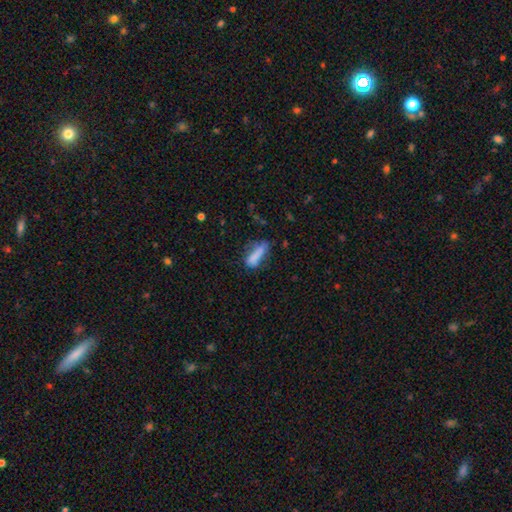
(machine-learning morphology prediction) smooth_or_featured: smooth (p=0.74) [alt: featured or disk p=0.16]
how_rounded: in between (p=0.54) [alt: cigar-shaped p=0.43]
merging: none (p=0.41) [alt: minor disturbance p=0.30]